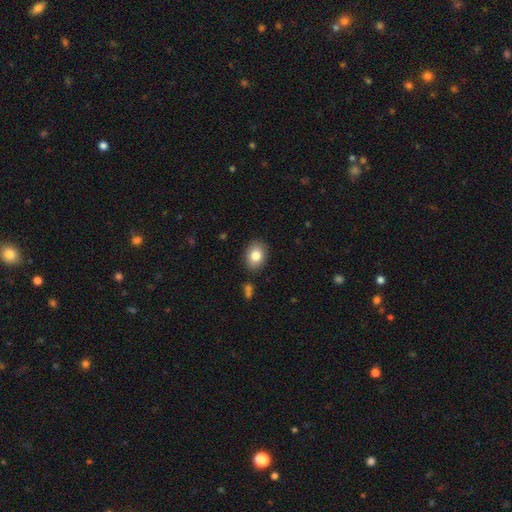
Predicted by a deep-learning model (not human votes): Smooth or featured: smooth — 82% (featured or disk — 10%)
How rounded: in between — 68% (round — 31%)
Merging: none — 86% (minor disturbance — 10%)